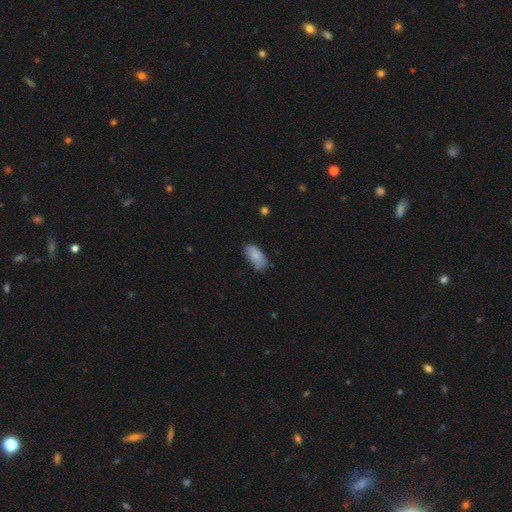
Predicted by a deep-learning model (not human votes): Overall: smooth (86%). How rounded: in between (91%). Merging: none (72%).